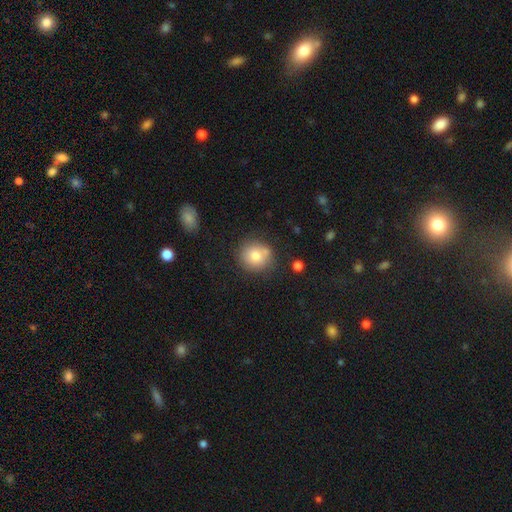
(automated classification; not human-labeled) Smooth or featured: smooth — 76% (featured or disk — 15%)
How rounded: round — 90% (in between — 9%)
Merging: none — 73% (minor disturbance — 14%)